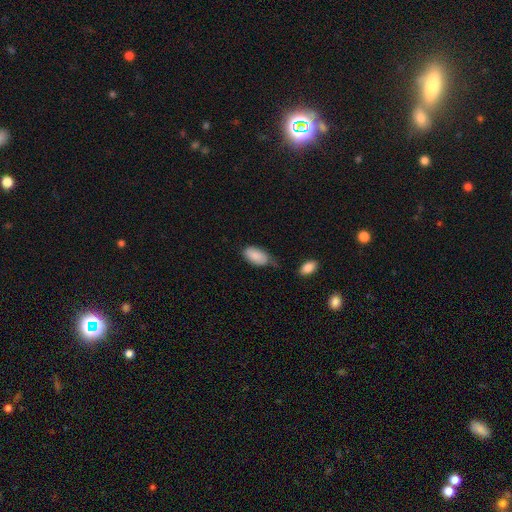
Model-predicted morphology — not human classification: This is clearly a smooth galaxy (87%). How rounded: clearly in between (95%). Merging: possibly none (53%).